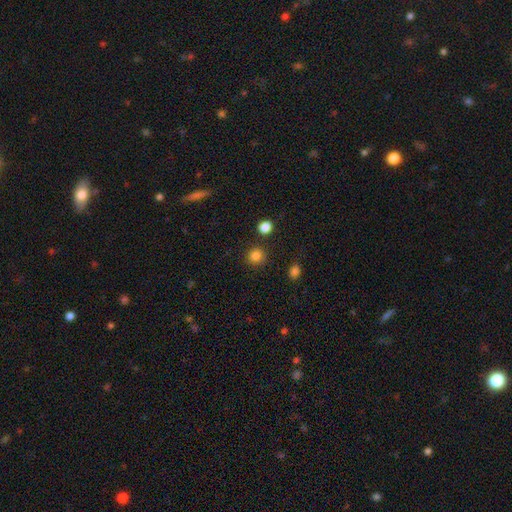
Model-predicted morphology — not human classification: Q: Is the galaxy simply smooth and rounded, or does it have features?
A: smooth — 84%.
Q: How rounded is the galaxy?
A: round — 90%.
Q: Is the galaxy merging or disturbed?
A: none — 86%.